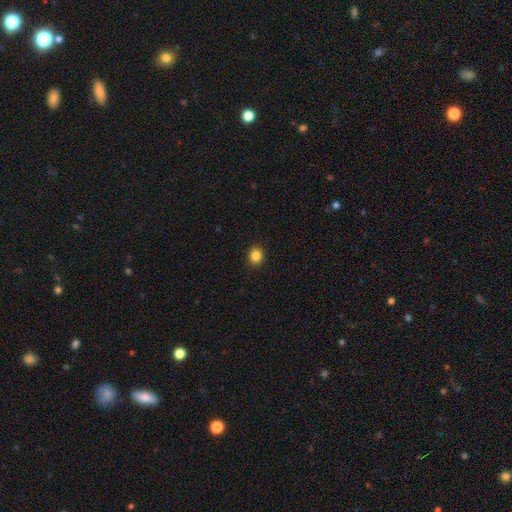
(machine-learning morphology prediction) Smooth or featured? smooth (85%)
How rounded? round (77%)
Merging? none (92%)